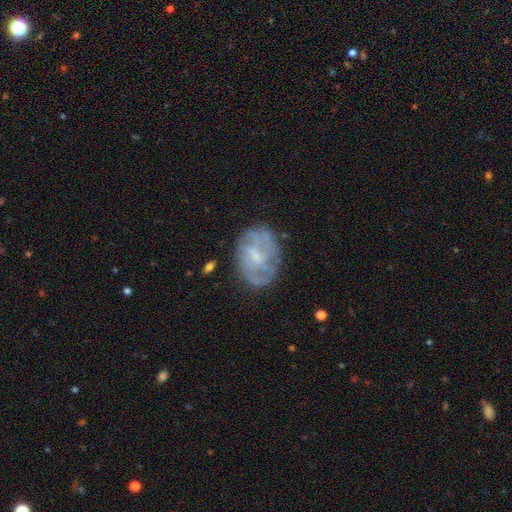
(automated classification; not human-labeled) This is likely a featured or disk galaxy (70%). It is clearly not viewed edge-on (97%). Bar: possibly weak (48%). Spiral arm pattern: likely yes (74%). Spiral arm count: possibly can't tell (46%). Spiral winding: possibly tight (48%). Central bulge: possibly small (48%). Merging: likely none (70%).